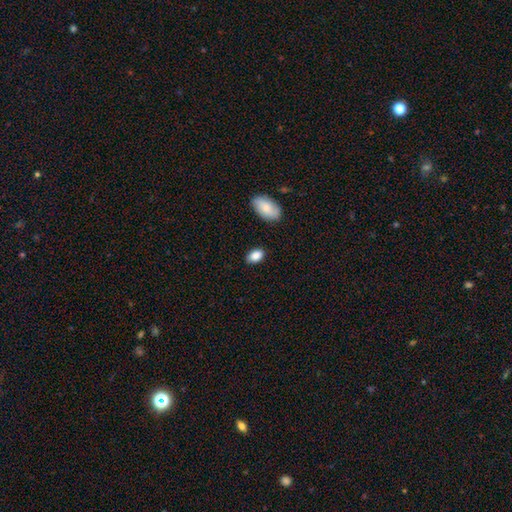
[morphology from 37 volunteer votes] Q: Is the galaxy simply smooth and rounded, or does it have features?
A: smooth — 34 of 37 (92%).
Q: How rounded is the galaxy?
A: in between — 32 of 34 (94%).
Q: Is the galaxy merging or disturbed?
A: none — 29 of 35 (83%).